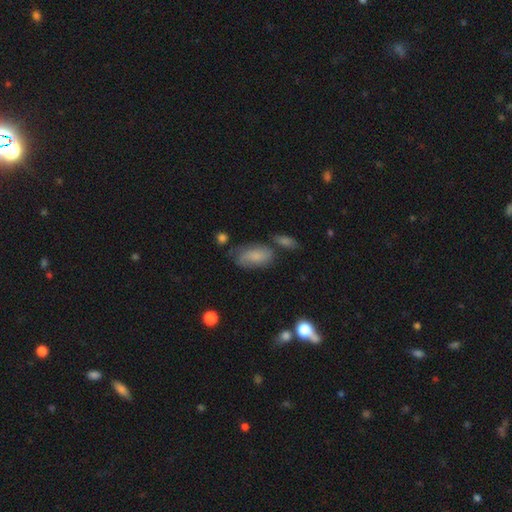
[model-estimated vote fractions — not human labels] This is likely a smooth galaxy (64%). How rounded: clearly in between (90%). Merging: possibly none (56%).